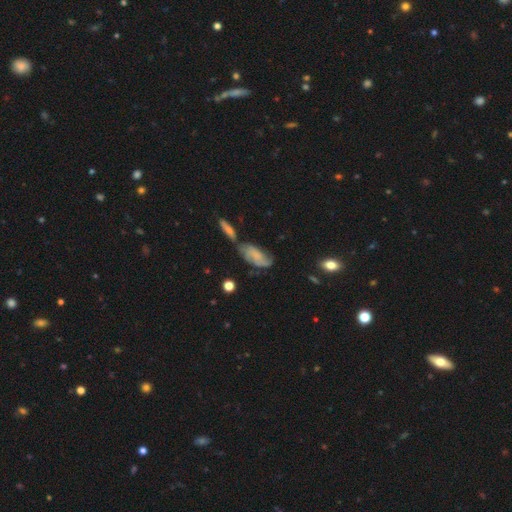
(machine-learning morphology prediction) This is possibly a featured or disk galaxy (54%). It is clearly not viewed edge-on (89%). Merging: marginally none (44%).